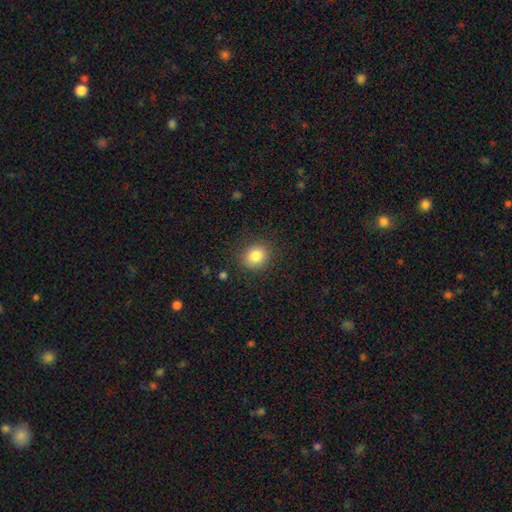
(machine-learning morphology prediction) Smooth or featured? smooth (84%)
How rounded? round (78%)
Merging? none (86%)